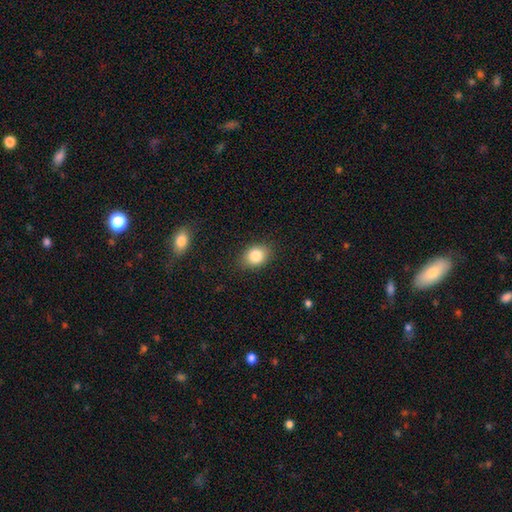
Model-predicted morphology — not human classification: Overall: smooth (84%). How rounded: in between (64%; round 35%). Merging: none (85%).